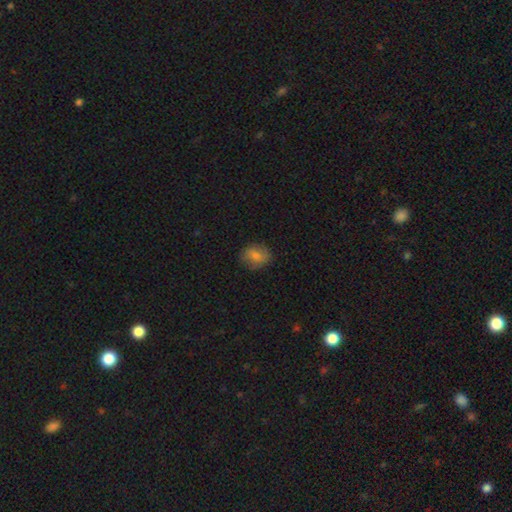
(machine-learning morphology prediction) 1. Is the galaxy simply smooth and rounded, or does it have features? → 74% smooth, 15% featured or disk, 10% star or artifact.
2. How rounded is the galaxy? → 54% round, 45% in between, 1% cigar-shaped.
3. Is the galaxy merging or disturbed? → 82% none, 14% minor disturbance, 3% major disturbance, 1% merger.